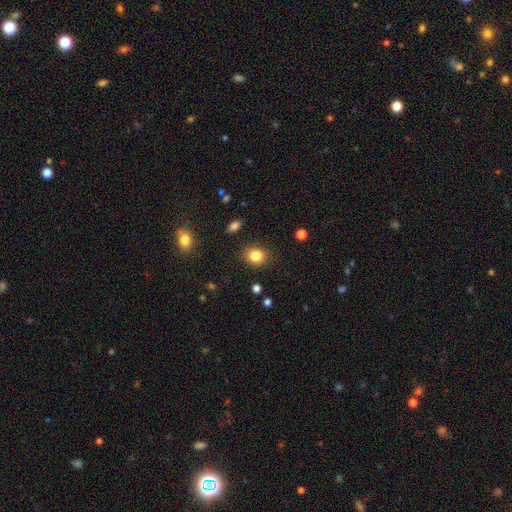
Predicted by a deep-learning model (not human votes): A smooth galaxy with no disk features (84%) that is round (65%). Merging: none (87%).